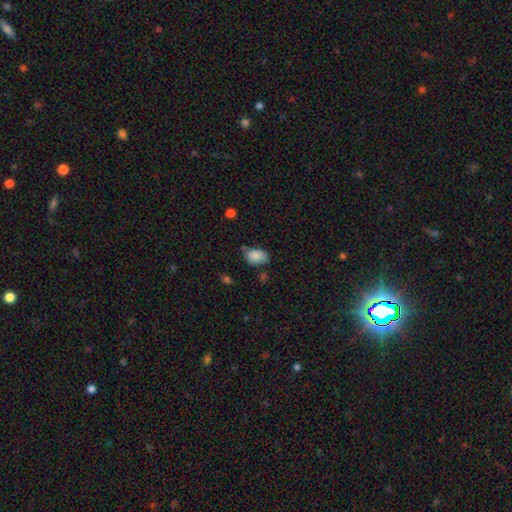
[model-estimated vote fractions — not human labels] A smooth galaxy with no disk features (87%) that is in between round and cigar-shaped (88%).

Vote fractions:
- Smooth or featured? smooth: 87% / star or artifact: 8% / featured or disk: 5%
- How rounded? in between: 88% / round: 11% / cigar-shaped: 1%
- Merging? none: 62% / minor disturbance: 26% / merger: 6% / major disturbance: 5%